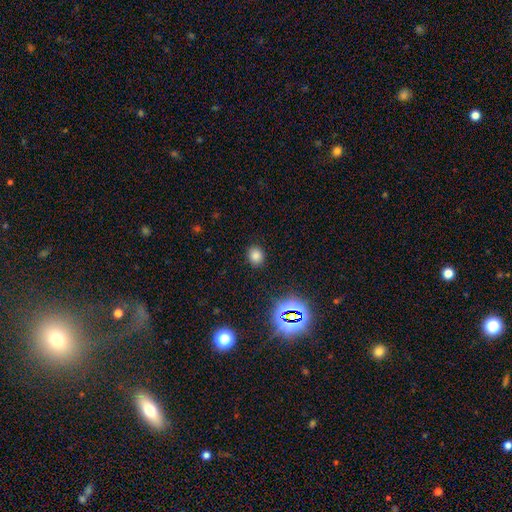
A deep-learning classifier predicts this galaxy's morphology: Smooth or featured: smooth — 76% (star or artifact — 19%)
How rounded: round — 68% (in between — 31%)
Merging: none — 88% (minor disturbance — 8%)